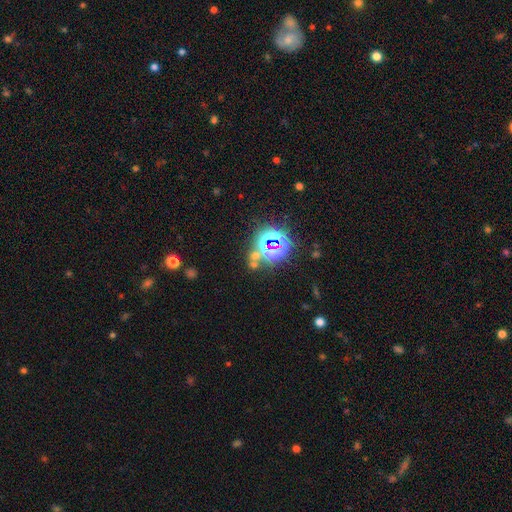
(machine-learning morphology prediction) The model was most divided on "smooth or featured": star or artifact: 62%, smooth: 28%, featured or disk: 10%.